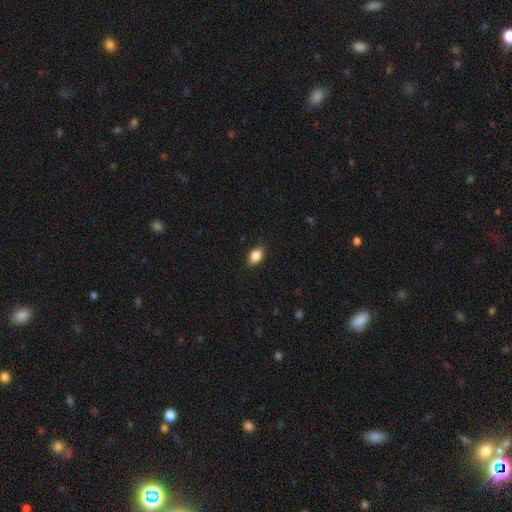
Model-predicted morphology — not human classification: Smooth or featured? Predicted: smooth (p=0.86). How rounded? Predicted: in between (p=0.87). Merging? Predicted: none (p=0.86).